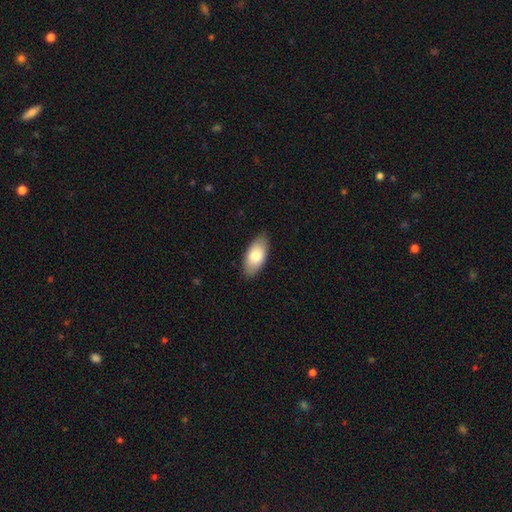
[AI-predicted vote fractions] This appears to be a smooth galaxy with no disk features (80%) that is in between round and cigar-shaped (92%). Merging: none (86%).